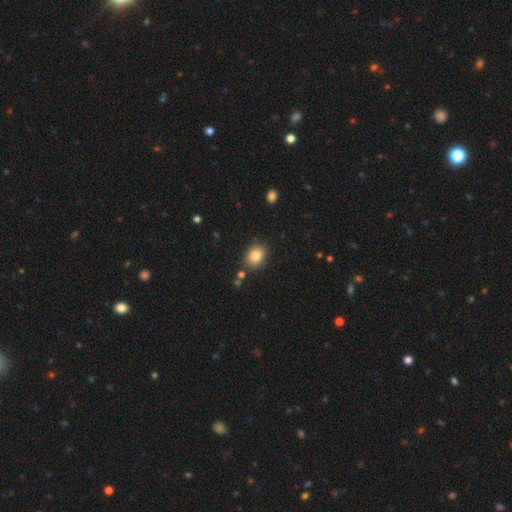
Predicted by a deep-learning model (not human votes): The model was most divided on "how rounded": round: 50%, in between: 49%, cigar-shaped: 1%. More confident: merging — none (83%); smooth or featured — smooth (83%).